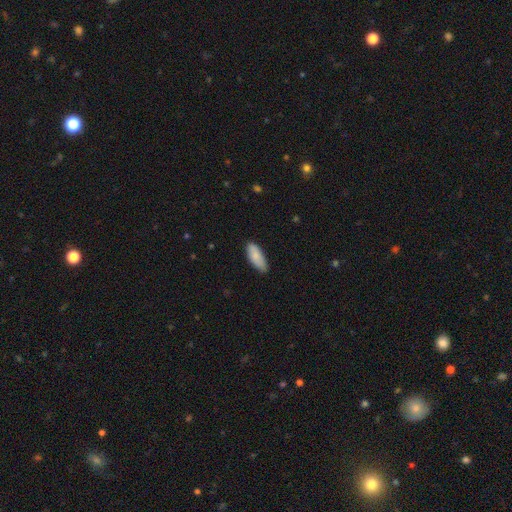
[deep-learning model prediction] Q: Smooth or featured?
A: smooth (83%); runner-up: featured or disk (11%)
Q: How rounded?
A: in between (79%); runner-up: cigar-shaped (19%)
Q: Merging?
A: none (77%); runner-up: minor disturbance (19%)